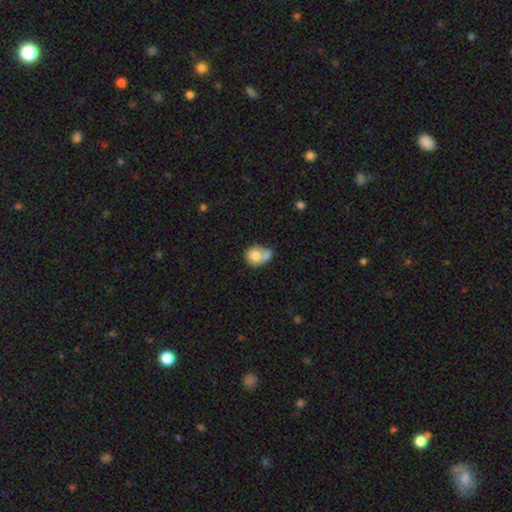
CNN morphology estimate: smooth-or-featured: smooth: 74% | featured or disk: 18% | star or artifact: 8%
  how-rounded: round: 72% | in between: 27% | cigar-shaped: 1%
  merging: merger: 57% | none: 26% | minor disturbance: 11% | major disturbance: 6%